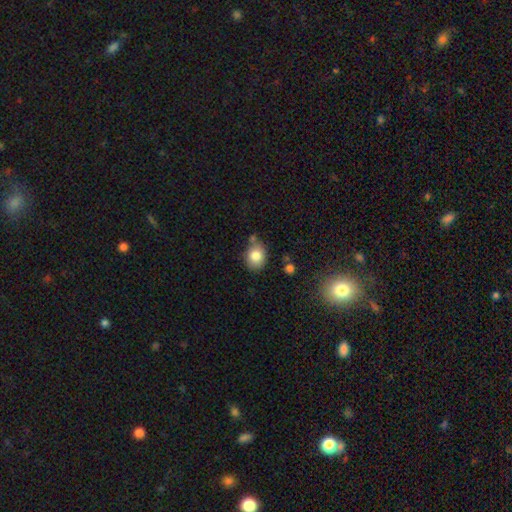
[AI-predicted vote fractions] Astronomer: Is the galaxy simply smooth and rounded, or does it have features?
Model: smooth — 82%.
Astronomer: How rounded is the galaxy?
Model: round — 55% (runner-up: in between, 44%).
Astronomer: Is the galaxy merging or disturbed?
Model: none — 69%.